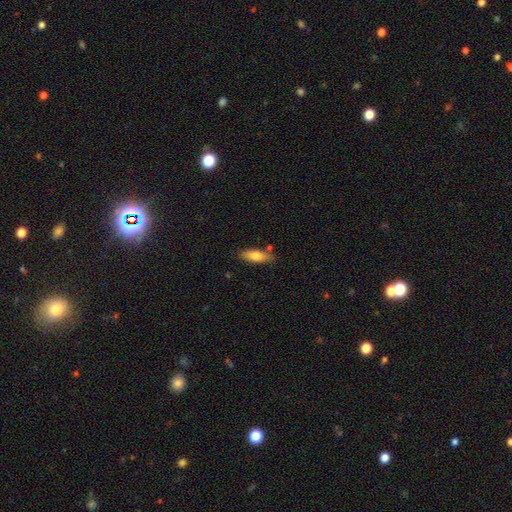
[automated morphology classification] Q: Smooth or featured?
A: smooth (75%); runner-up: featured or disk (18%)
Q: How rounded?
A: in between (68%); runner-up: cigar-shaped (30%)
Q: Merging?
A: none (77%); runner-up: minor disturbance (15%)